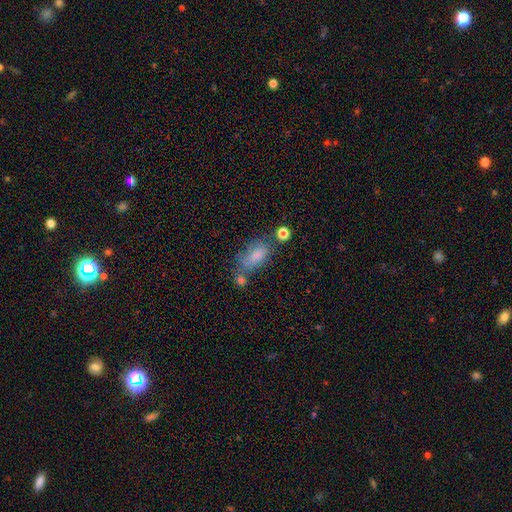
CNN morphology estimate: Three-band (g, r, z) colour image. It shows a smooth galaxy with no disk features (77%) that is in between round and cigar-shaped (88%). Merging: none (48%).